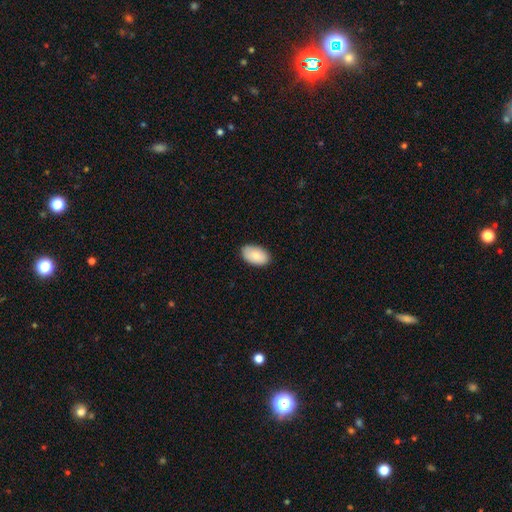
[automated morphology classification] This is clearly a smooth galaxy (84%). How rounded: clearly in between (94%). Merging: clearly none (85%).